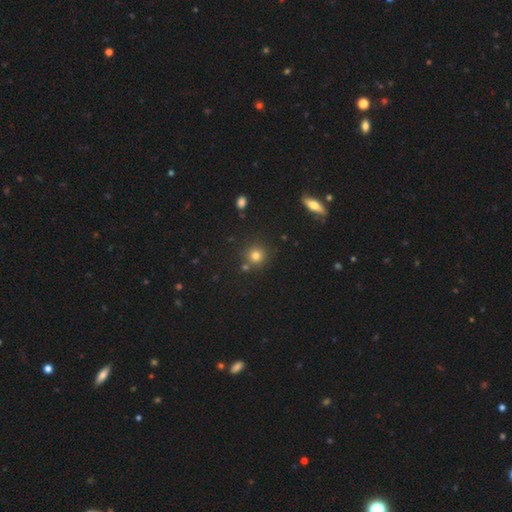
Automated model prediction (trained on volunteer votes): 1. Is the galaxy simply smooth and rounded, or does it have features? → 78% smooth, 14% star or artifact, 8% featured or disk.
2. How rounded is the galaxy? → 92% round, 7% in between, 1% cigar-shaped.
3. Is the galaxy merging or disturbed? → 78% none, 11% merger, 8% minor disturbance, 3% major disturbance.